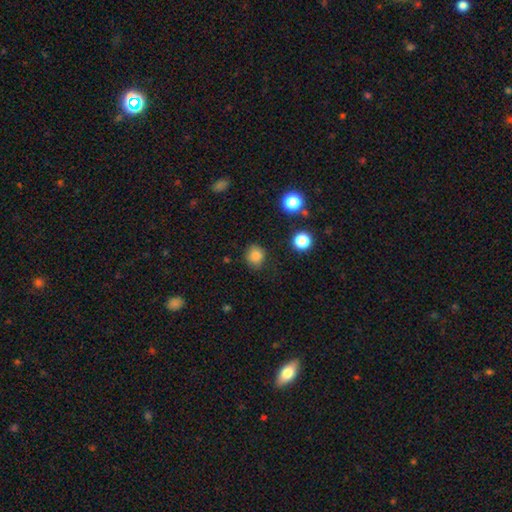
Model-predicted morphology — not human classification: smooth_or_featured: smooth (p=0.83) [alt: star or artifact p=0.13]
how_rounded: round (p=0.79) [alt: in between p=0.20]
merging: none (p=0.81) [alt: minor disturbance p=0.14]